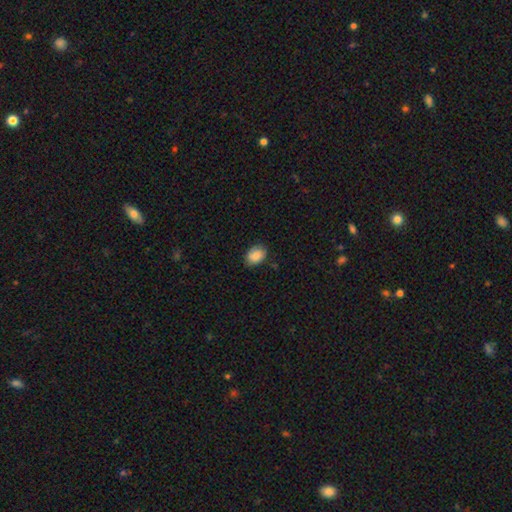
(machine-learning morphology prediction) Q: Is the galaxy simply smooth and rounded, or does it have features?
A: smooth — 86%.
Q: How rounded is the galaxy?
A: in between — 76%.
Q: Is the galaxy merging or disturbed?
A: none — 78%.